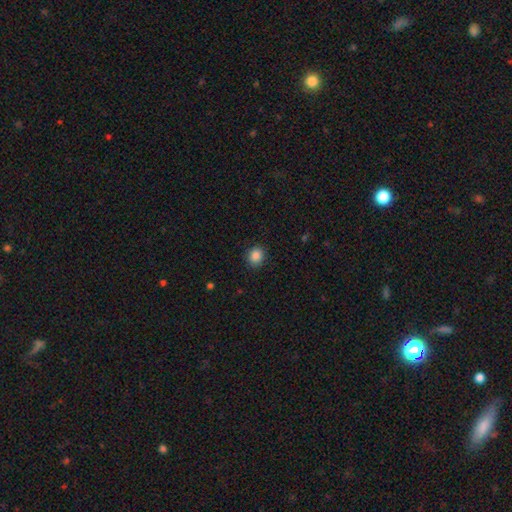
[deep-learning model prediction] Smooth or featured? Predicted: smooth (p=0.87). How rounded? Predicted: round (p=0.74). Merging? Predicted: none (p=0.89).